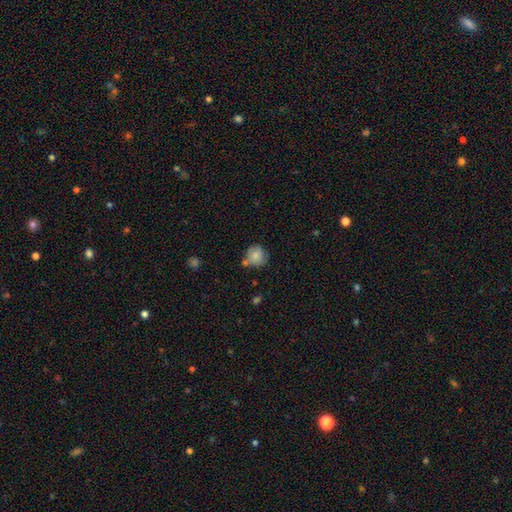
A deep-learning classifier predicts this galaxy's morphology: Smooth or featured?
  - smooth: 81% *
  - featured or disk: 10%
  - star or artifact: 8%
How rounded?
  - round: 89% *
  - in between: 10%
  - cigar-shaped: 1%
Merging?
  - none: 64% *
  - minor disturbance: 20%
  - merger: 12%
  - major disturbance: 4%